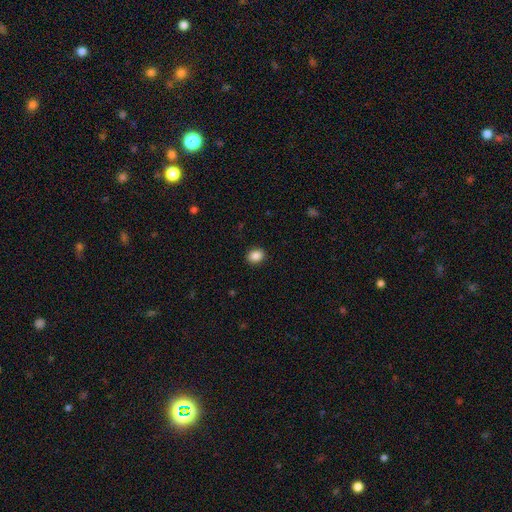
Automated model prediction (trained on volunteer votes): Smooth or featured: smooth — 88% (star or artifact — 8%)
How rounded: in between — 64% (round — 35%)
Merging: none — 90% (minor disturbance — 7%)